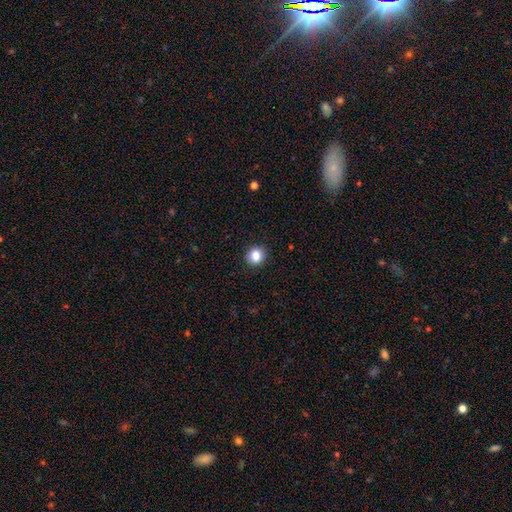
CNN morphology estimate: Smooth or featured?
  - smooth: 85% *
  - star or artifact: 10%
  - featured or disk: 4%
How rounded?
  - round: 79% *
  - in between: 20%
  - cigar-shaped: 1%
Merging?
  - none: 91% *
  - minor disturbance: 7%
  - major disturbance: 2%
  - merger: 1%